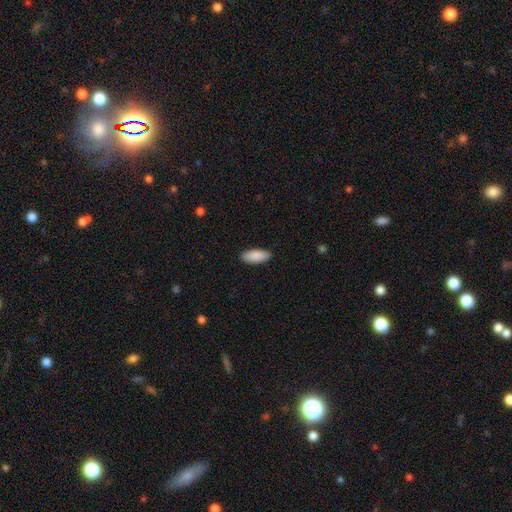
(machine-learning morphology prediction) Smooth or featured? smooth (90%)
How rounded? in between (83%)
Merging? none (89%)